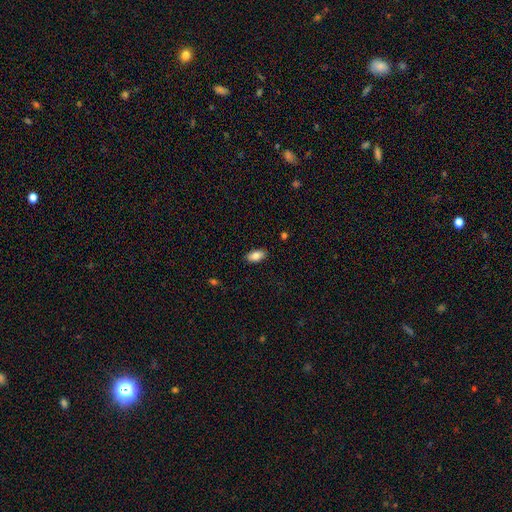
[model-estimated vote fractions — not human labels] Overall: smooth (85%). How rounded: in between (92%). Merging: none (87%).